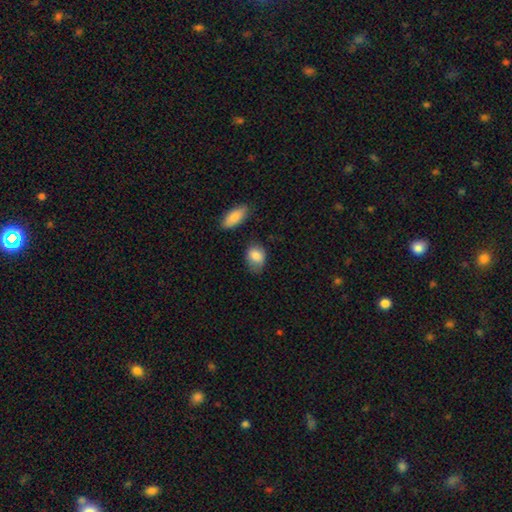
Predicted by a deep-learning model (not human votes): The model was most divided on "merging": none: 59%, minor disturbance: 30%, major disturbance: 7%, merger: 4%. More confident: smooth or featured — smooth (85%); how rounded — in between (69%).